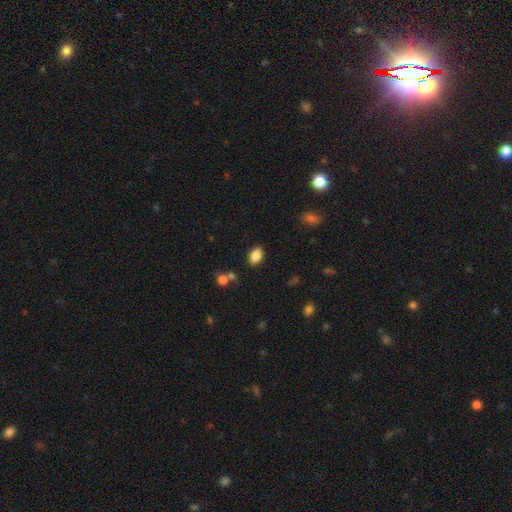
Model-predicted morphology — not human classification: Smooth or featured? smooth (84%)
How rounded? in between (89%)
Merging? none (85%)